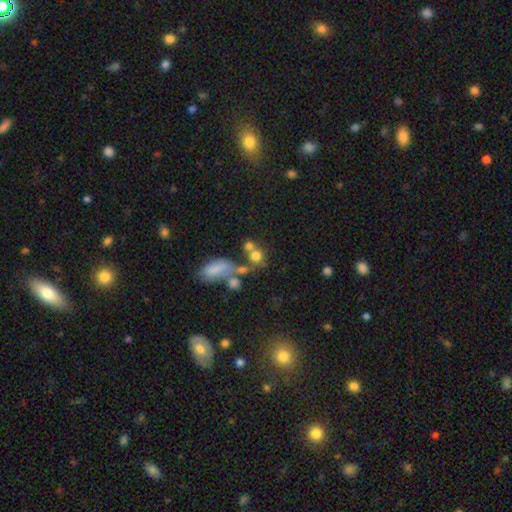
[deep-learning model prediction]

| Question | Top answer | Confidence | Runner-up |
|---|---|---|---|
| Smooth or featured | smooth | 70% | featured or disk (15%) |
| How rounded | round | 67% | in between (30%) |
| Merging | none | 40% | merger (39%) |